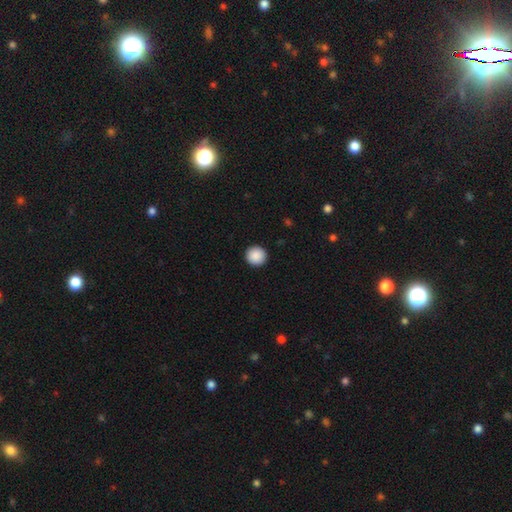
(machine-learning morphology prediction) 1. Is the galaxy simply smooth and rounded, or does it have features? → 90% smooth, 8% star or artifact, 2% featured or disk.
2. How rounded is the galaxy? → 96% round, 3% in between, 1% cigar-shaped.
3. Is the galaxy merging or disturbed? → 93% none, 4% minor disturbance, 1% major disturbance, 1% merger.